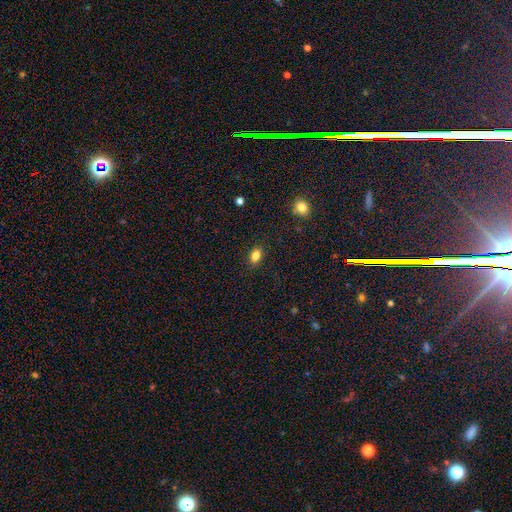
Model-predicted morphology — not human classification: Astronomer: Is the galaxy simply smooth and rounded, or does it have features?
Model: smooth — 84%.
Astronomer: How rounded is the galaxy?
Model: in between — 81%.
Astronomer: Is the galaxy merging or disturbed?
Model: none — 88%.